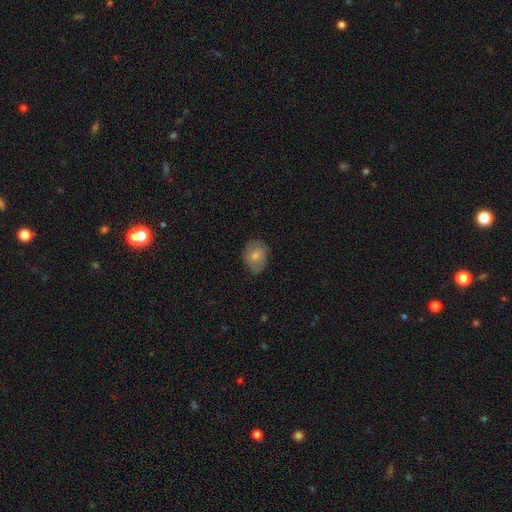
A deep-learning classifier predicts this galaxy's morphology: A smooth galaxy with no disk features (65%) that is in between round and cigar-shaped (58%).

Vote fractions:
- Smooth or featured? smooth: 65% / featured or disk: 28% / star or artifact: 7%
- How rounded? in between: 58% / round: 41% / cigar-shaped: 1%
- Merging? none: 70% / minor disturbance: 23% / major disturbance: 6% / merger: 1%